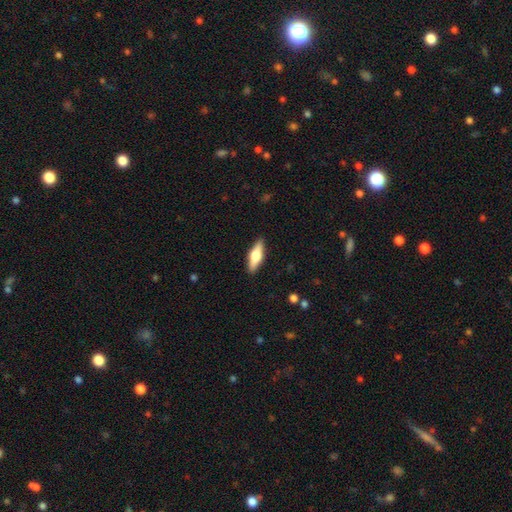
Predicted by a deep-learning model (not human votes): A featured or disk galaxy (48%).

Vote fractions:
- Smooth or featured? featured or disk: 48% / smooth: 47% / star or artifact: 6%
- Merging? none: 90% / minor disturbance: 7% / major disturbance: 2% / merger: 1%